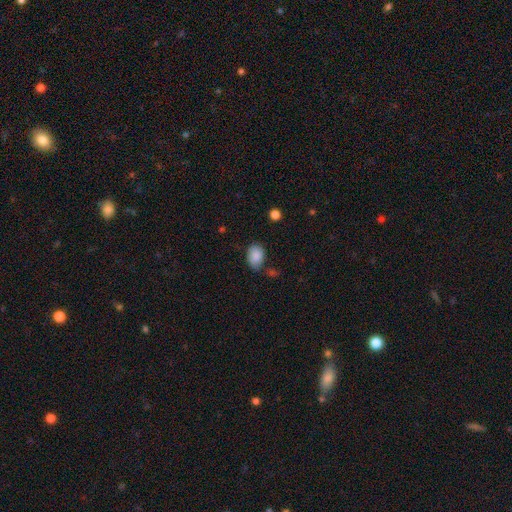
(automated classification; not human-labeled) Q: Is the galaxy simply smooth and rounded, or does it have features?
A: smooth — 87%.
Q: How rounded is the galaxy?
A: in between — 80%.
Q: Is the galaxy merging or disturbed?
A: none — 65%.